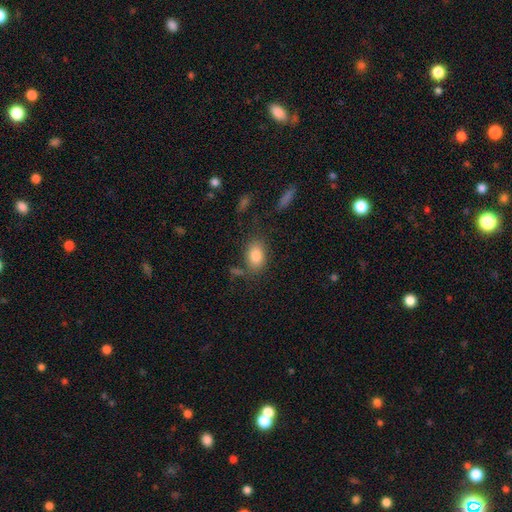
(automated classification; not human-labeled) Smooth or featured?
  - smooth: 84% *
  - star or artifact: 8%
  - featured or disk: 8%
How rounded?
  - in between: 82% *
  - round: 16%
  - cigar-shaped: 1%
Merging?
  - none: 73% *
  - minor disturbance: 16%
  - merger: 6%
  - major disturbance: 6%